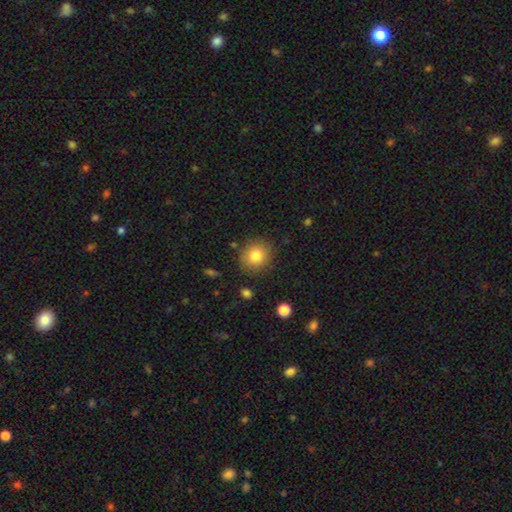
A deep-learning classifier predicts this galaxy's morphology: type=smooth (80%); roundness=round (80%); merging=none (85%).